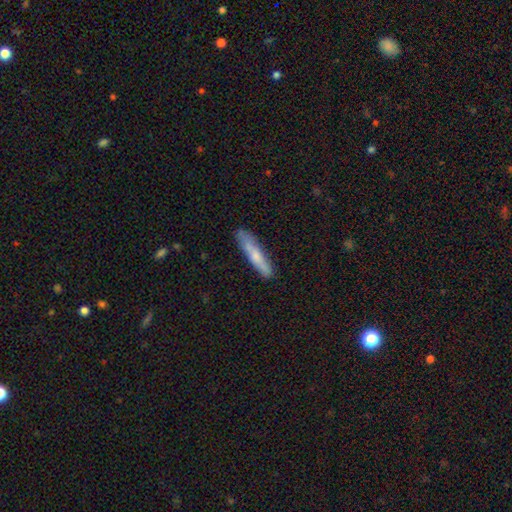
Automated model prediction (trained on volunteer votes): Morphology: type=smooth (65%); roundness=cigar-shaped (90%); merging=none (77%).